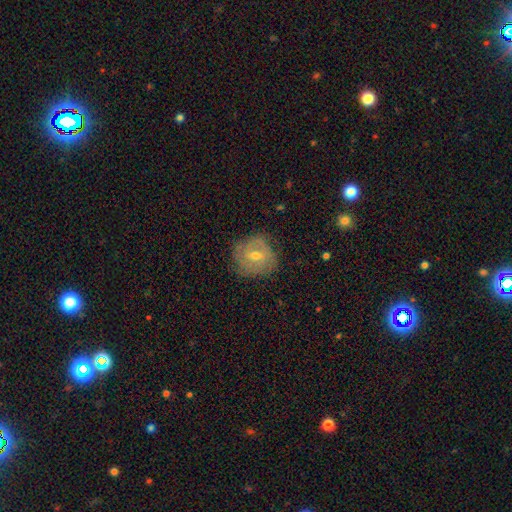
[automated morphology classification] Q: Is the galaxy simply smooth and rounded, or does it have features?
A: featured or disk — 60%.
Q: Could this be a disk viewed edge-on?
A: no — 96%.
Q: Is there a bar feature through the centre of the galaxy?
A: weak — 47%.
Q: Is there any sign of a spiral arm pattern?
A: yes — 72%.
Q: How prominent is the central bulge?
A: moderate — 59%.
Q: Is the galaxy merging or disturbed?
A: none — 73%.